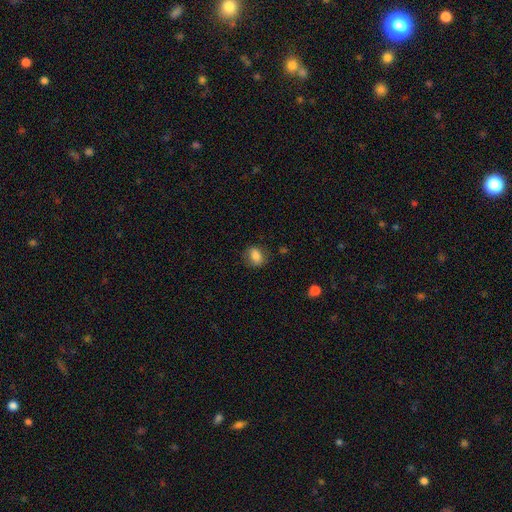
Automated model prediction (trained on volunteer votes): smooth 82%, featured or disk 9%, star or artifact 9%. Down the decision tree: how rounded — in between (66%); merging — none (76%).